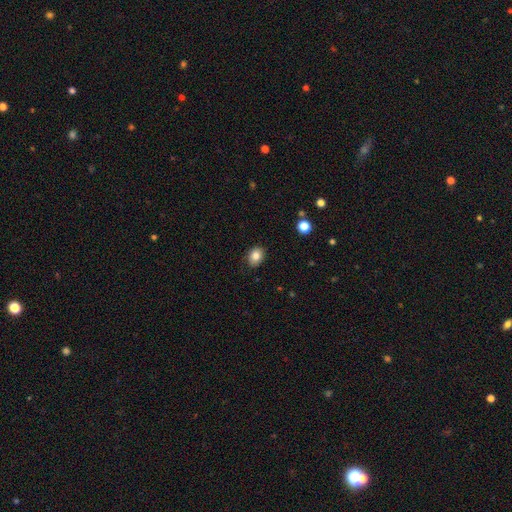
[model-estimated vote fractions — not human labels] The model was most divided on "how rounded": in between: 65%, round: 34%, cigar-shaped: 1%. More confident: merging — none (84%); smooth or featured — smooth (84%).